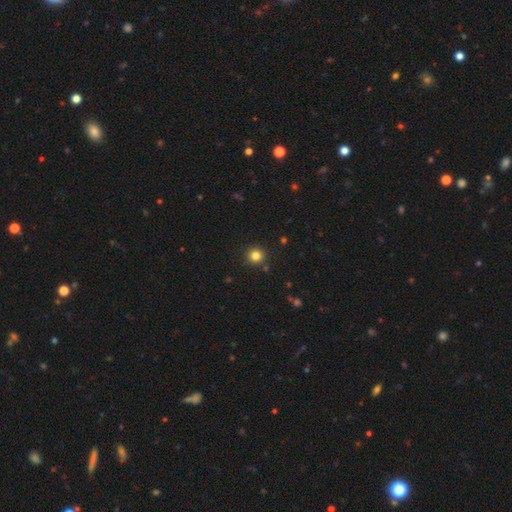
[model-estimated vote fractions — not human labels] The model was most divided on "smooth or featured": smooth: 82%, star or artifact: 13%, featured or disk: 5%. More confident: how rounded — round (94%); merging — none (90%).